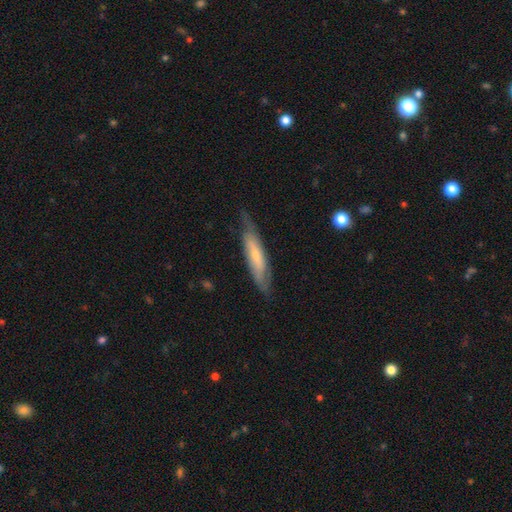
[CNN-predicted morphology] featured or disk 52%, smooth 42%, star or artifact 6%. Down the decision tree: edge-on disk — yes (53%); merging — none (69%).